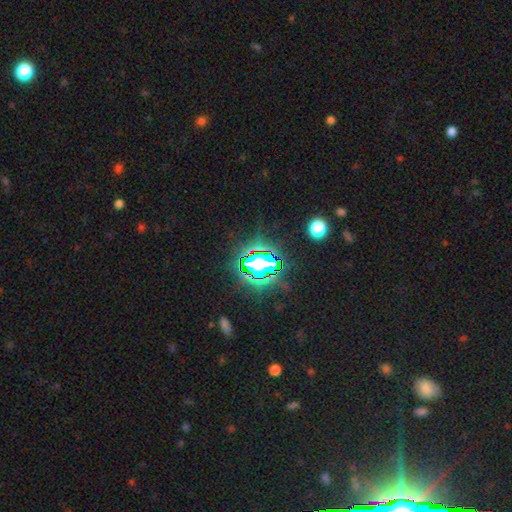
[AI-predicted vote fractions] A star or artifact, not a galaxy (79%).

Vote fractions:
- Smooth or featured? star or artifact: 79% / smooth: 13% / featured or disk: 8%